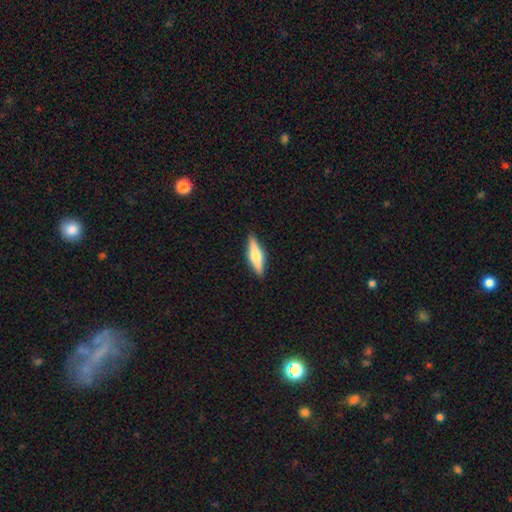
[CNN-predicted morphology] type=featured or disk (54%); edge-on=yes (96%); edge-on bulge=rounded (86%); merging=none (89%).